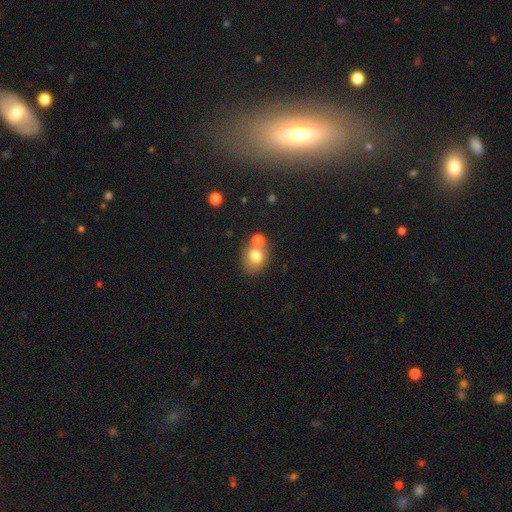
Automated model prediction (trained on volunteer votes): smooth 75%, featured or disk 13%, star or artifact 11%. Down the decision tree: how rounded — round (62%); merging — none (50%).